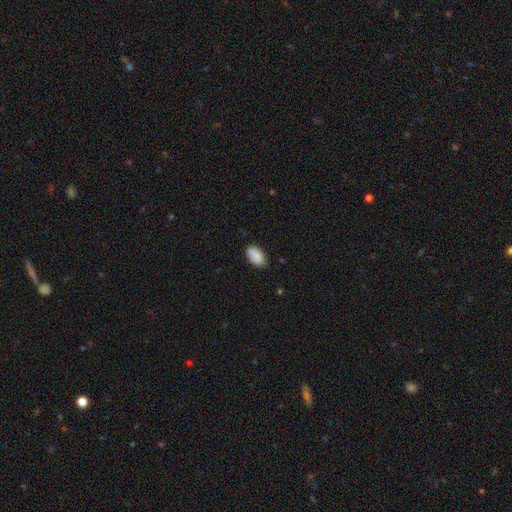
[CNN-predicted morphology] Overall: smooth (88%). How rounded: in between (94%). Merging: none (80%).